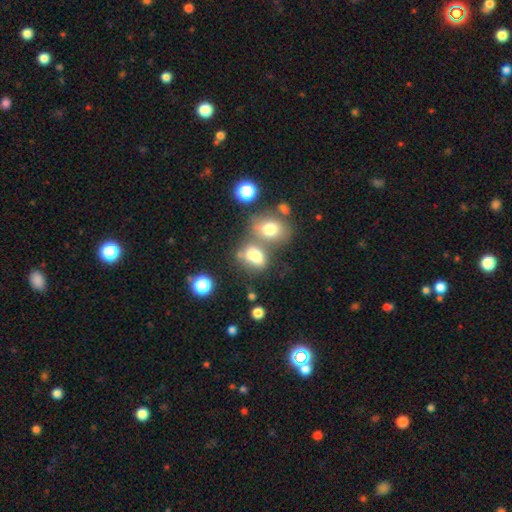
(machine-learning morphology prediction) Smooth or featured: smooth — 72% (star or artifact — 14%)
How rounded: in between — 71% (round — 26%)
Merging: merger — 40% (none — 38%)